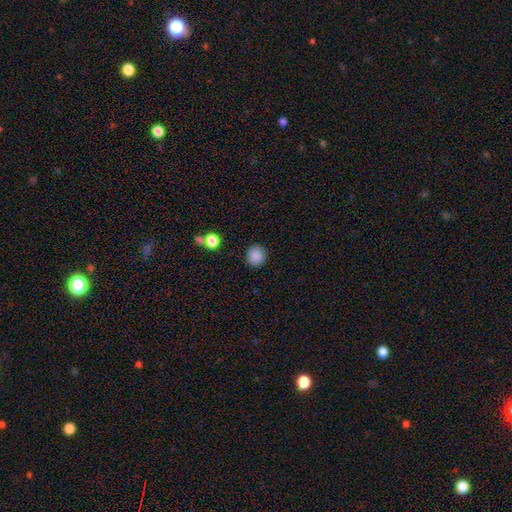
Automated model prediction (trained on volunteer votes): smooth_or_featured: smooth (p=0.87) [alt: star or artifact p=0.10]
how_rounded: round (p=0.91) [alt: in between p=0.08]
merging: none (p=0.90) [alt: minor disturbance p=0.06]